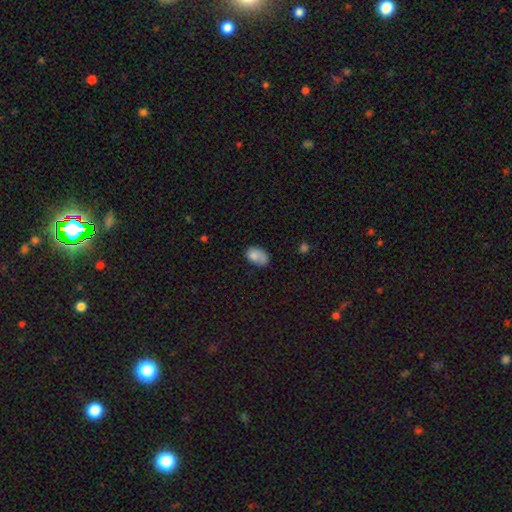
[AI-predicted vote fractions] Morphology: type=smooth (80%); roundness=in between (87%); merging=none (49%).